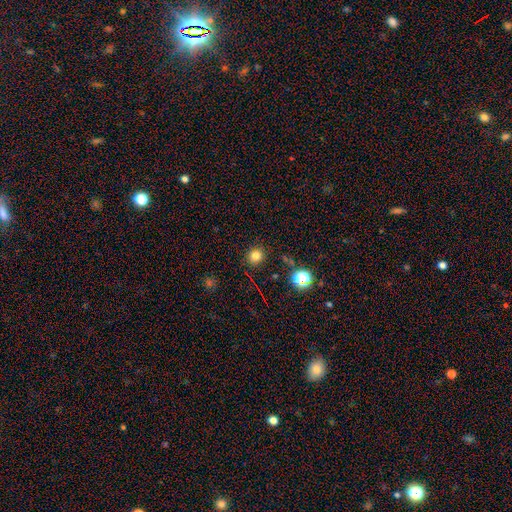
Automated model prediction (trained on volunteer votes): Overall: smooth (78%). How rounded: round (87%). Merging: none (89%).